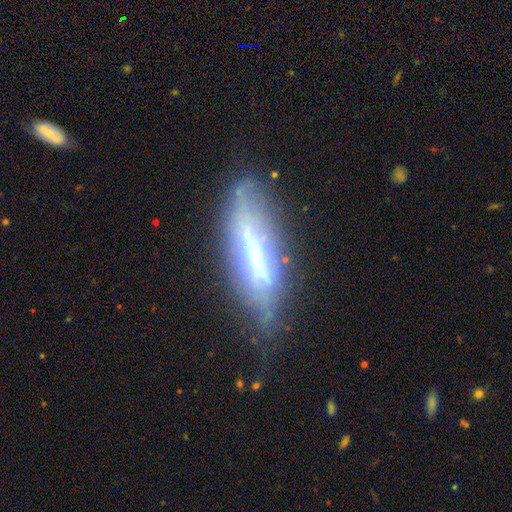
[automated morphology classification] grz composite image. It shows a featured or disk galaxy (54%) viewed edge-on (66%). Merging: none (62%).